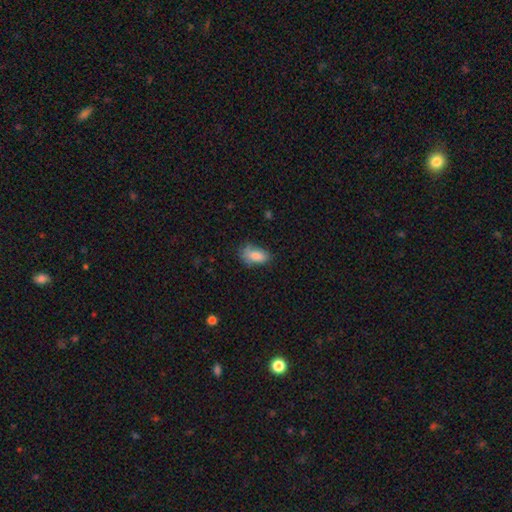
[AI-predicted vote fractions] Smooth or featured? smooth (83%)
How rounded? in between (91%)
Merging? none (55%)